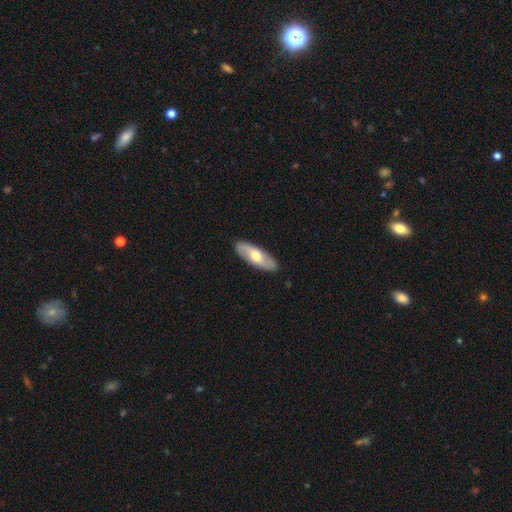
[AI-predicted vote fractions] A featured or disk galaxy (48%, tied with smooth). Merging: none (89%).